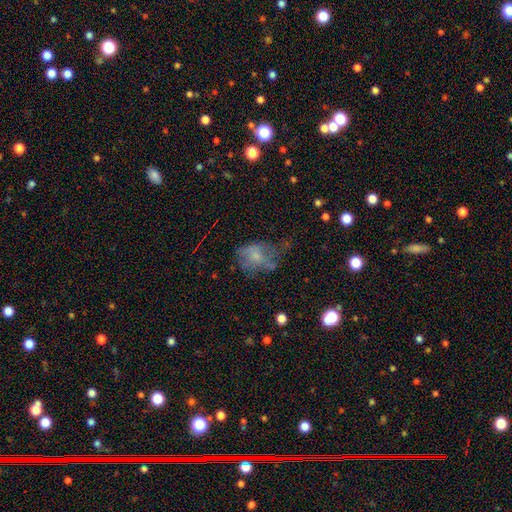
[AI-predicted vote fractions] smooth-or-featured: smooth: 51% | featured or disk: 36% | star or artifact: 13%
  how-rounded: in between: 63% | round: 35% | cigar-shaped: 2%
  merging: major disturbance: 36% | none: 32% | minor disturbance: 27% | merger: 5%